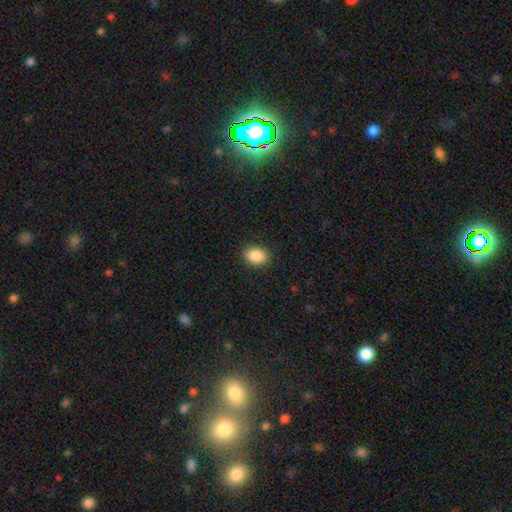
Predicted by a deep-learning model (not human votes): Smooth or featured?
  - smooth: 89% *
  - star or artifact: 8%
  - featured or disk: 3%
How rounded?
  - in between: 65% *
  - round: 34%
  - cigar-shaped: 1%
Merging?
  - none: 89% *
  - minor disturbance: 8%
  - major disturbance: 2%
  - merger: 1%